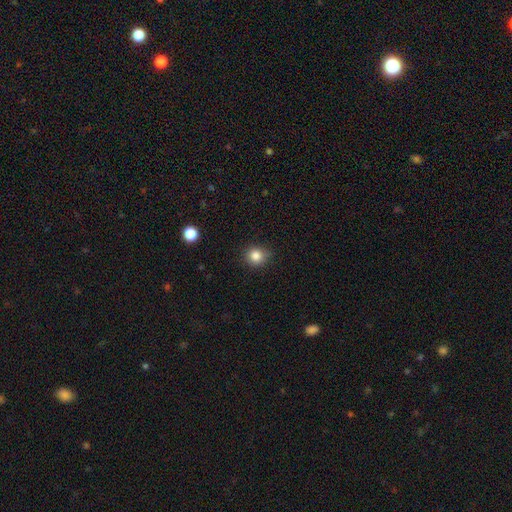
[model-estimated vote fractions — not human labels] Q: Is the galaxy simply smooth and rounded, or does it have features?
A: smooth — 84%.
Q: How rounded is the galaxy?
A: round — 87%.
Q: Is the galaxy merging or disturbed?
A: none — 83%.